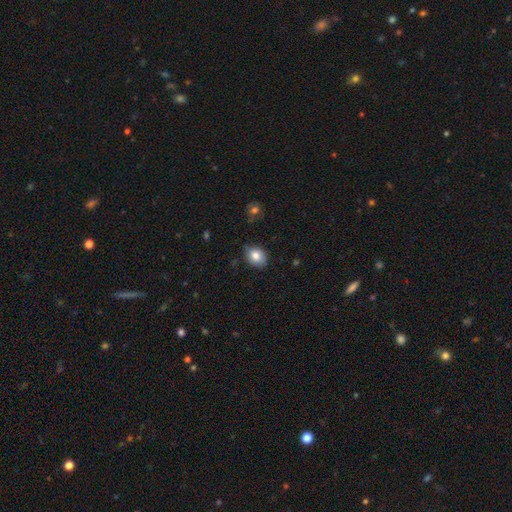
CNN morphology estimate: Smooth or featured: smooth — 82% (featured or disk — 10%)
How rounded: in between — 68% (round — 31%)
Merging: none — 81% (minor disturbance — 15%)